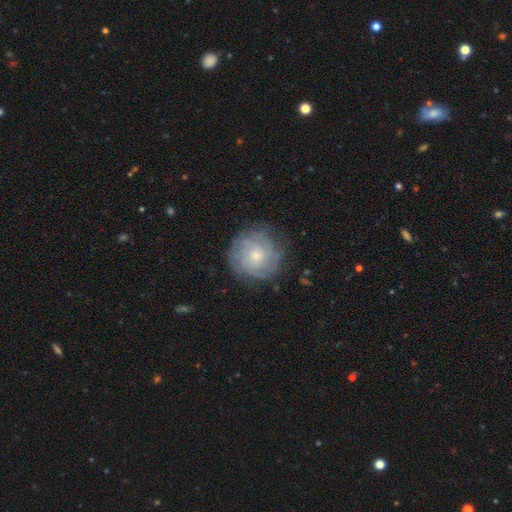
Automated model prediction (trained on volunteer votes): This appears to be a featured or disk galaxy (51%). Merging: none (77%).